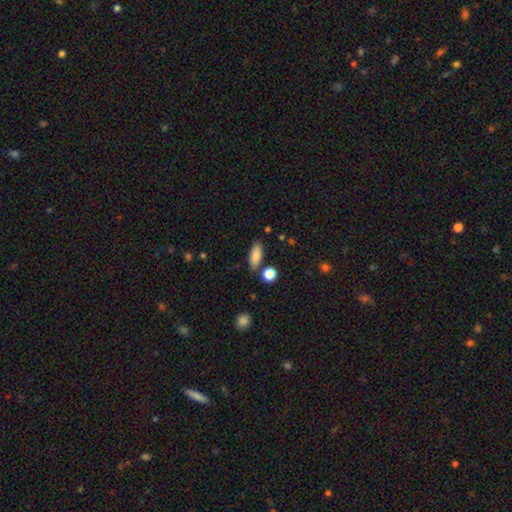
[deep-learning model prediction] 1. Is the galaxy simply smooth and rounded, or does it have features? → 86% smooth, 8% star or artifact, 6% featured or disk.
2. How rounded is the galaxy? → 76% in between, 21% cigar-shaped, 4% round.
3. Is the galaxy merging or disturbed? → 81% none, 11% minor disturbance, 5% merger, 3% major disturbance.